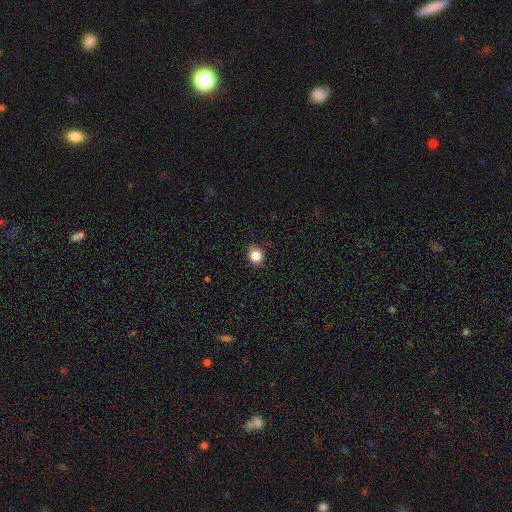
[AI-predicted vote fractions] Q: Smooth or featured?
A: smooth (84%); runner-up: star or artifact (11%)
Q: How rounded?
A: round (70%); runner-up: in between (29%)
Q: Merging?
A: none (85%); runner-up: minor disturbance (12%)